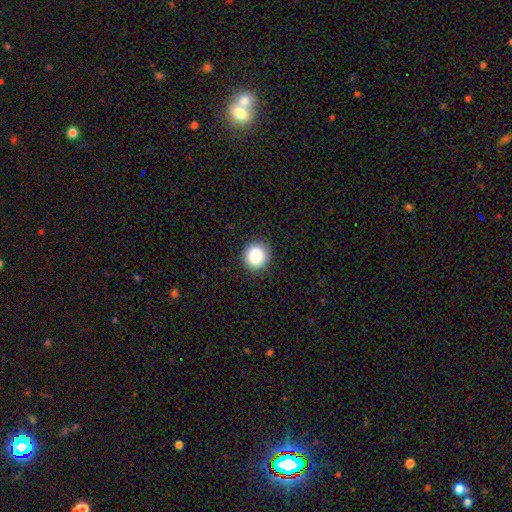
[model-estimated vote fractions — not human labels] This is clearly a smooth galaxy (87%). How rounded: clearly round (90%). Merging: clearly none (89%).